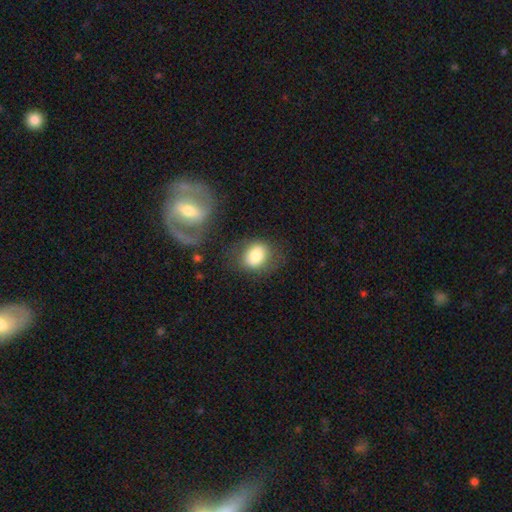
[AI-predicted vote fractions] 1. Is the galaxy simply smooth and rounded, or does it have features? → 75% smooth, 16% featured or disk, 8% star or artifact.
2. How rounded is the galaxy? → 52% round, 47% in between, 1% cigar-shaped.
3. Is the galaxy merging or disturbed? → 70% none, 17% minor disturbance, 8% major disturbance, 5% merger.